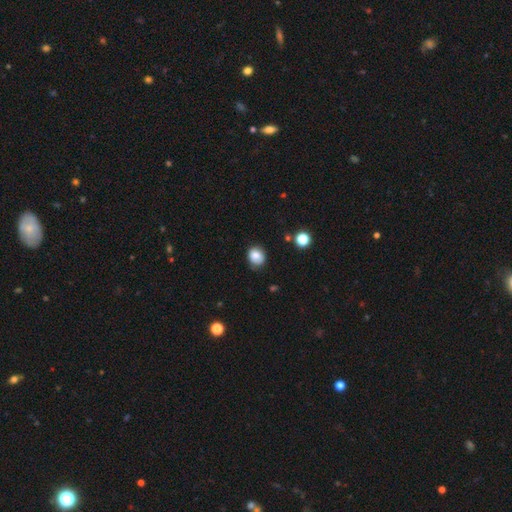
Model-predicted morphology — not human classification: type=smooth (81%); roundness=round (64%); merging=none (73%).